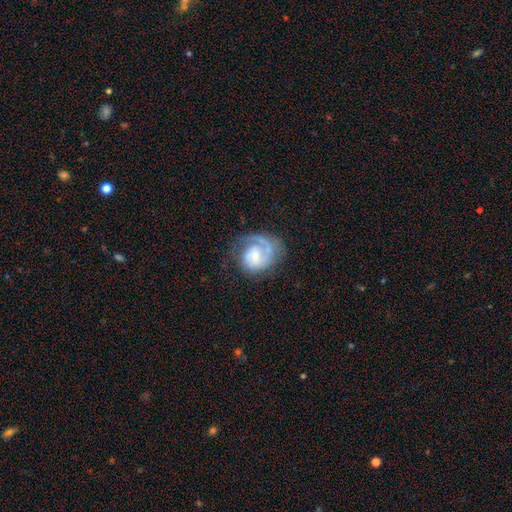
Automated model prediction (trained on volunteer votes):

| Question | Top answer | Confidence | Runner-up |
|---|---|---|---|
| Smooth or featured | featured or disk | 80% | smooth (15%) |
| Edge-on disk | no | 98% | yes (2%) |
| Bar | no | 47% | weak (44%) |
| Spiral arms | yes | 93% | no (7%) |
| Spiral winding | tight | 44% | medium (39%) |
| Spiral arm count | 1 | 63% | 2 (23%) |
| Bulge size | small | 52% | moderate (36%) |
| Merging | none | 56% | major disturbance (22%) |